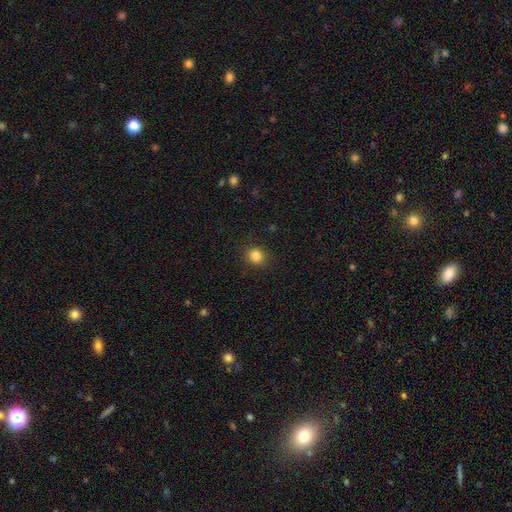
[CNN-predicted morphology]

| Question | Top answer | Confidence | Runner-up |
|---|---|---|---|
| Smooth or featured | smooth | 84% | star or artifact (12%) |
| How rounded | round | 83% | in between (16%) |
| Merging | none | 89% | minor disturbance (7%) |